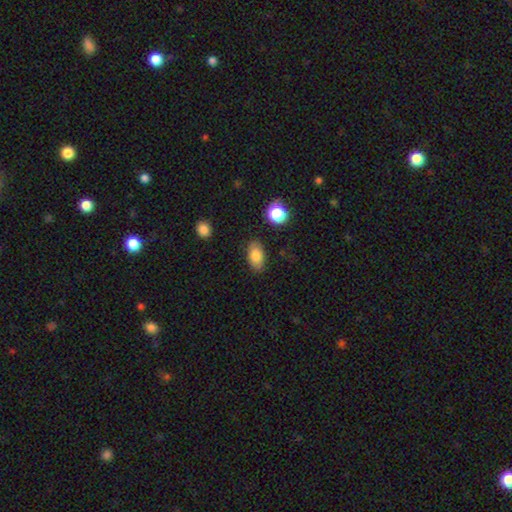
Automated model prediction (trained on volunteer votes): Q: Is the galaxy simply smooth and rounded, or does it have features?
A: smooth — 81%.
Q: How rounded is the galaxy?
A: in between — 90%.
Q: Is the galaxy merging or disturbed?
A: none — 84%.